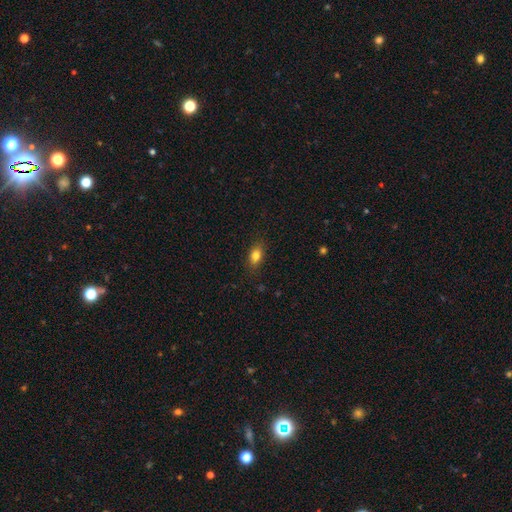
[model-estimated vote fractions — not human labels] The model was most divided on "how rounded": in between: 81%, round: 14%, cigar-shaped: 6%. More confident: merging — none (84%); smooth or featured — smooth (81%).